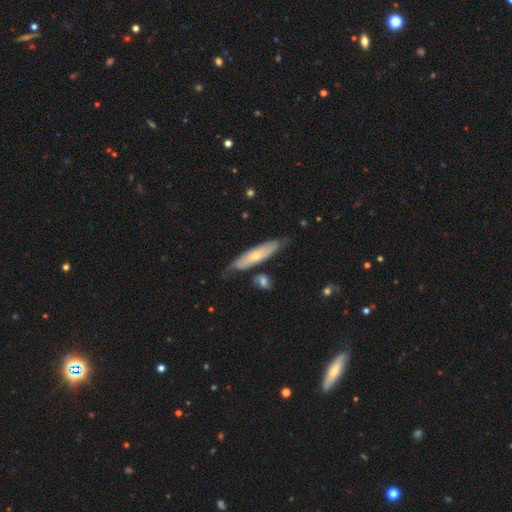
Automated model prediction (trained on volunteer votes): Morphology: type=featured or disk (50%); merging=none (70%).